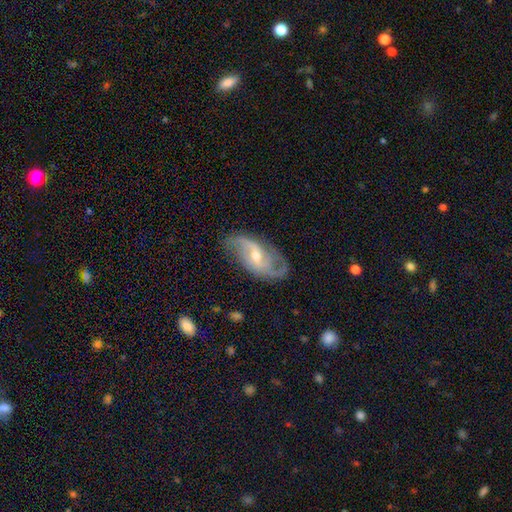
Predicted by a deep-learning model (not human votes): Smooth or featured? featured or disk (86%)
Edge-on disk? no (95%)
Bar? weak (46%)
Spiral arms? yes (96%)
Spiral winding? loose (46%)
Spiral arm count? 2 (78%)
Bulge size? small (51%)
Merging? none (73%)